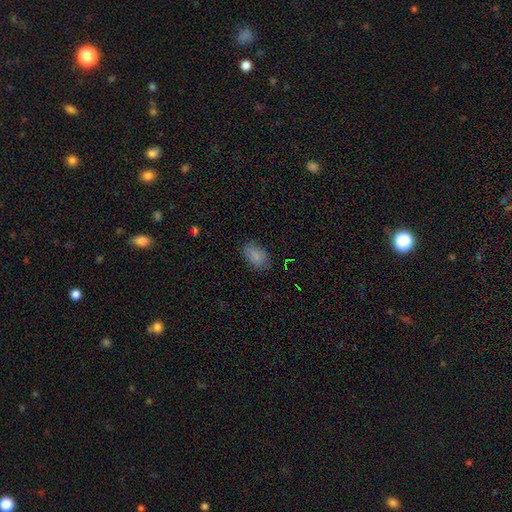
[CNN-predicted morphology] The model was most divided on "merging": none: 81%, minor disturbance: 14%, major disturbance: 4%, merger: 1%. More confident: how rounded — in between (90%); smooth or featured — smooth (85%).